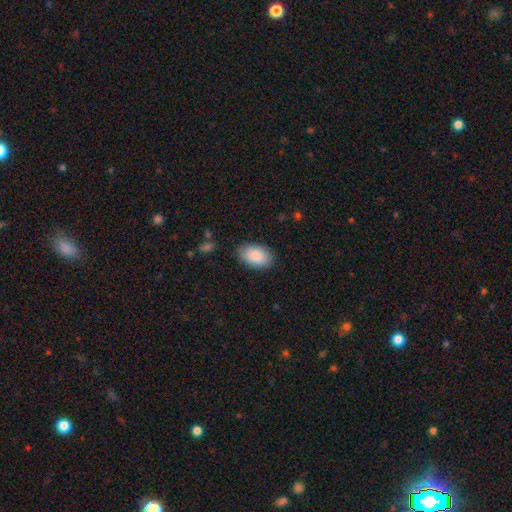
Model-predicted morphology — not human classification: smooth 89%, star or artifact 6%, featured or disk 5%. Down the decision tree: how rounded — in between (92%); merging — none (85%).